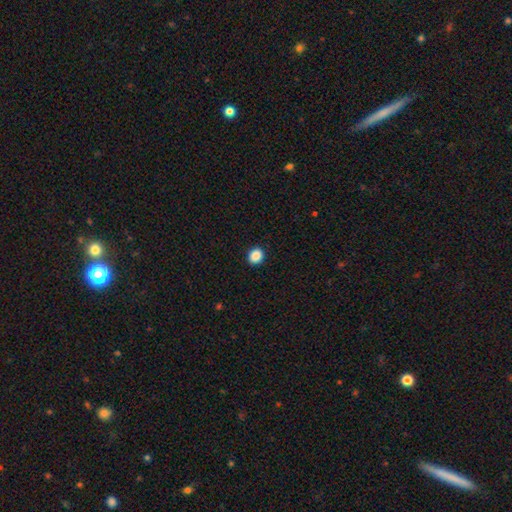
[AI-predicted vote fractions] Smooth or featured?
  - smooth: 88% *
  - star or artifact: 9%
  - featured or disk: 3%
How rounded?
  - round: 70% *
  - in between: 29%
  - cigar-shaped: 1%
Merging?
  - none: 92% *
  - minor disturbance: 5%
  - major disturbance: 2%
  - merger: 1%